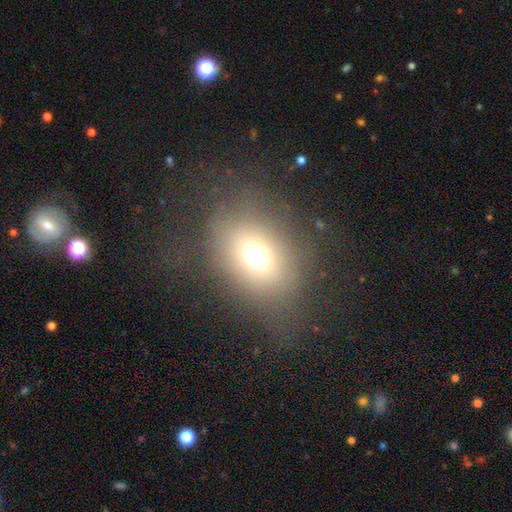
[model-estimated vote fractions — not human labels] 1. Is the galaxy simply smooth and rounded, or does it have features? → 65% smooth, 21% star or artifact, 14% featured or disk.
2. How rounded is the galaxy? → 51% round, 47% in between, 1% cigar-shaped.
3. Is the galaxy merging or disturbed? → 68% none, 15% major disturbance, 14% minor disturbance, 2% merger.